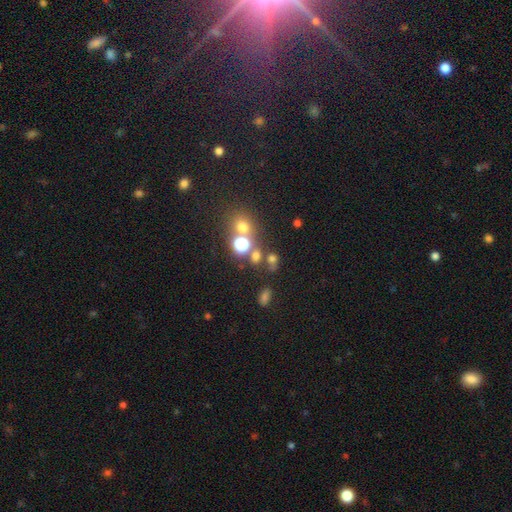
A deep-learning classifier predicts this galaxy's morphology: A smooth galaxy with no disk features (60%) that is round (71%). Merging: none (59%).